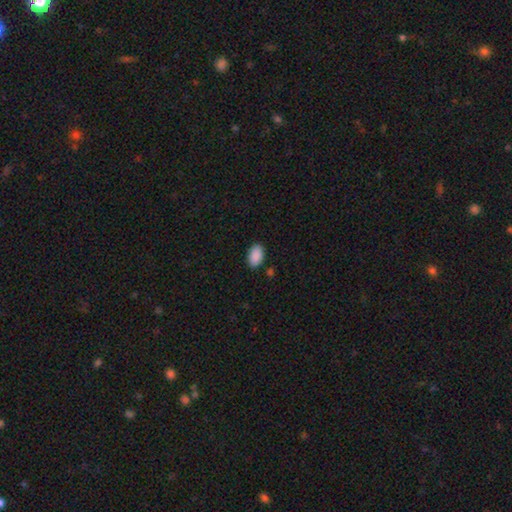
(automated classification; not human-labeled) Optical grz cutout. It shows a smooth galaxy with no disk features (90%) that is in between round and cigar-shaped (93%). Merging: none (87%).